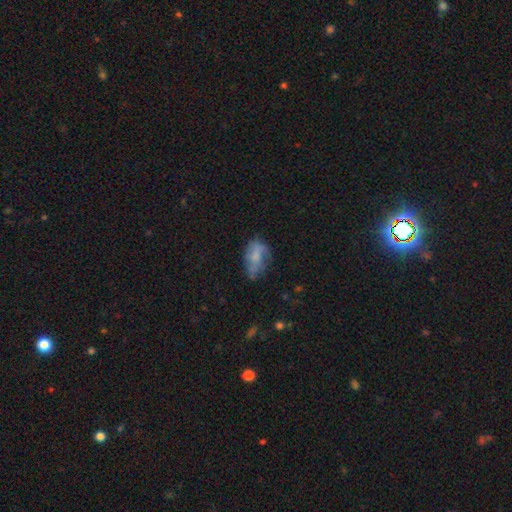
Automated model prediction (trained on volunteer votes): This is possibly a smooth galaxy (57%). How rounded: clearly in between (87%). Merging: marginally none (41%).